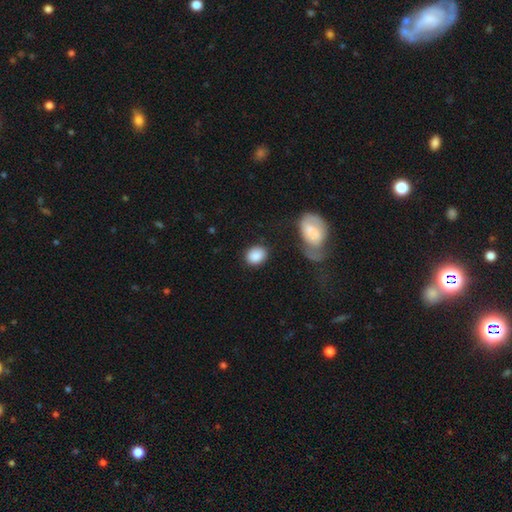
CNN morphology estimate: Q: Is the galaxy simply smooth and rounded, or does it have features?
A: smooth — 88%.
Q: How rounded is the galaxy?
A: in between — 51%.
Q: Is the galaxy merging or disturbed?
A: none — 77%.